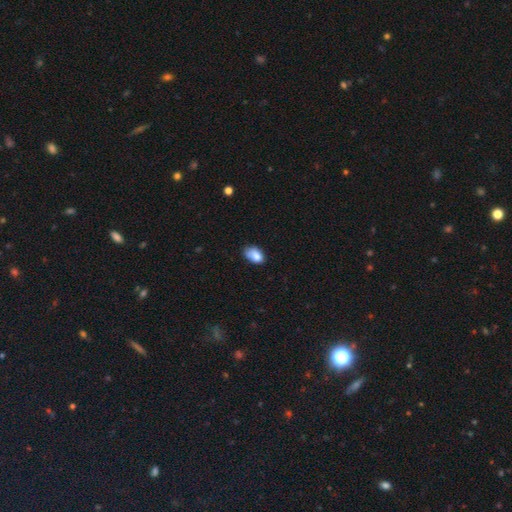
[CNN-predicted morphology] Smooth or featured?
  - smooth: 79% *
  - featured or disk: 12%
  - star or artifact: 9%
How rounded?
  - in between: 85% *
  - round: 13%
  - cigar-shaped: 1%
Merging?
  - none: 46% *
  - minor disturbance: 37%
  - major disturbance: 11%
  - merger: 6%